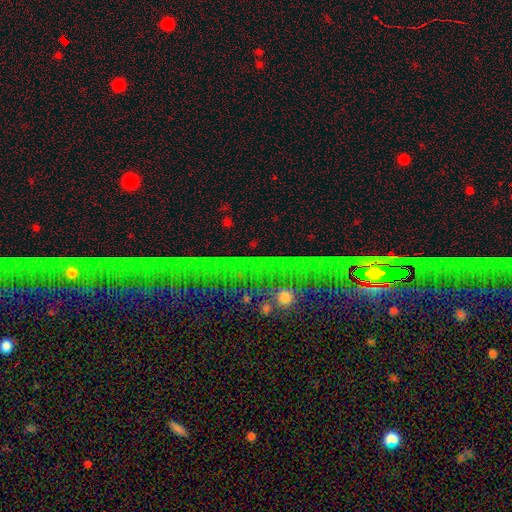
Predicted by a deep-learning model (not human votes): Smooth or featured? Predicted: star or artifact (p=0.76).